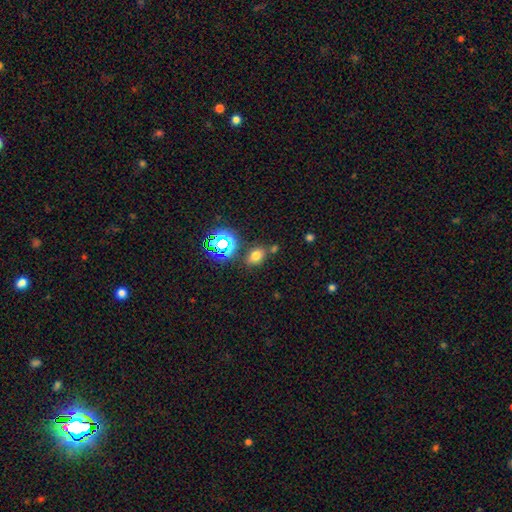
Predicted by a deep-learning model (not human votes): Q: Smooth or featured?
A: smooth (68%); runner-up: star or artifact (23%)
Q: How rounded?
A: in between (71%); runner-up: round (27%)
Q: Merging?
A: none (72%); runner-up: minor disturbance (12%)